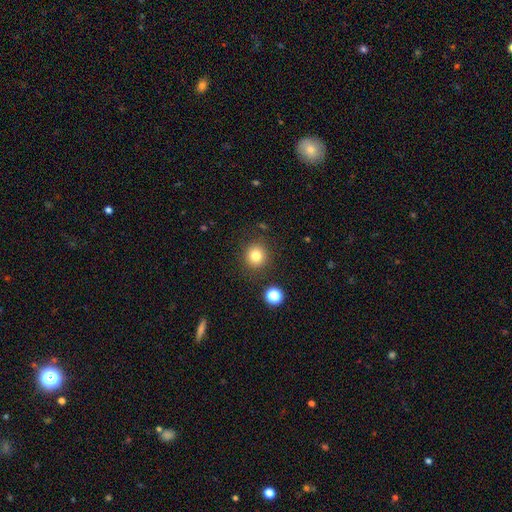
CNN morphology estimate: Smooth or featured?
  - smooth: 81% *
  - star or artifact: 12%
  - featured or disk: 7%
How rounded?
  - round: 91% *
  - in between: 8%
  - cigar-shaped: 1%
Merging?
  - none: 87% *
  - minor disturbance: 7%
  - major disturbance: 3%
  - merger: 3%